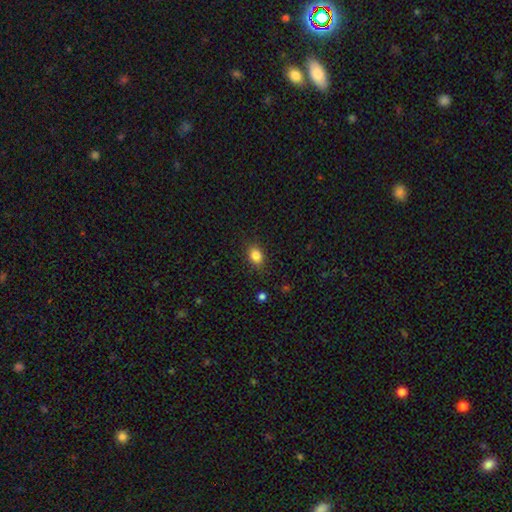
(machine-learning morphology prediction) type=smooth (85%); roundness=in between (70%); merging=none (84%).